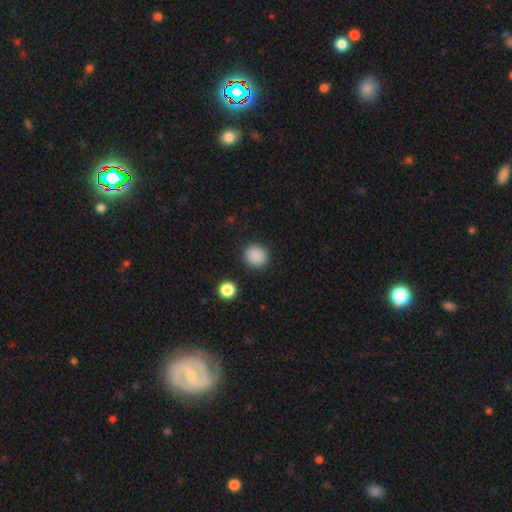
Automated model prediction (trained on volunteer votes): Smooth or featured?
  - smooth: 88% *
  - star or artifact: 10%
  - featured or disk: 3%
How rounded?
  - round: 88% *
  - in between: 11%
  - cigar-shaped: 1%
Merging?
  - none: 90% *
  - minor disturbance: 6%
  - major disturbance: 2%
  - merger: 2%